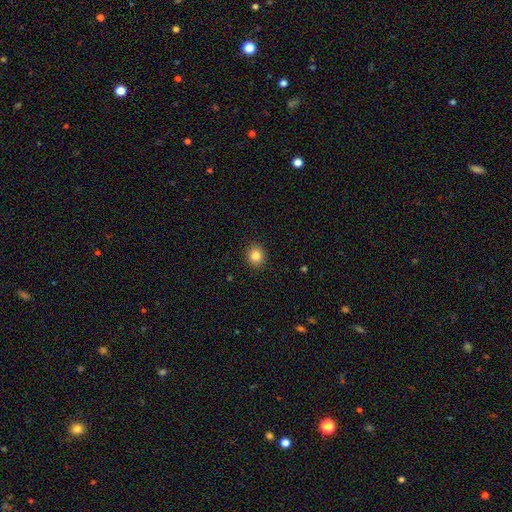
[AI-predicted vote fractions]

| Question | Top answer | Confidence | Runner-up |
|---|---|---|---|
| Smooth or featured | smooth | 84% | star or artifact (10%) |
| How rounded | round | 78% | in between (21%) |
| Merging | none | 91% | minor disturbance (6%) |